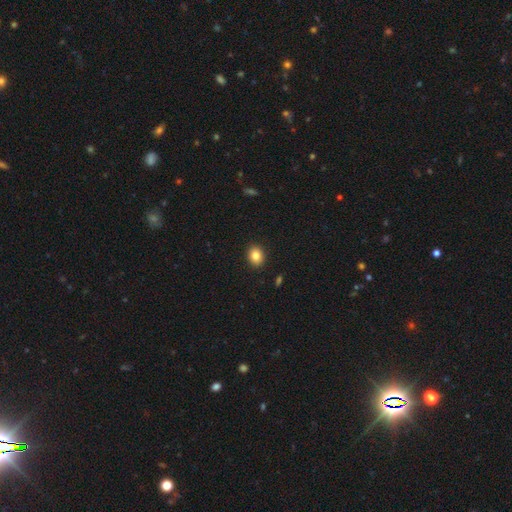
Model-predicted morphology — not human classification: The model was most divided on "how rounded": in between: 50%, round: 49%, cigar-shaped: 1%. More confident: merging — none (91%); smooth or featured — smooth (84%).